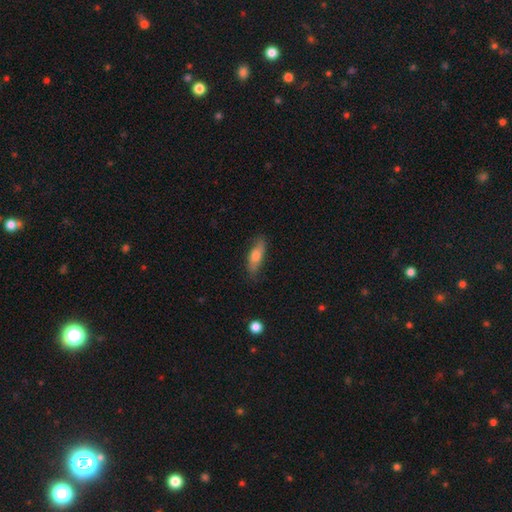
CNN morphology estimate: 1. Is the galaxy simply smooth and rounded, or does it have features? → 62% smooth, 31% featured or disk, 7% star or artifact.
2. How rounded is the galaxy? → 52% in between, 45% cigar-shaped, 3% round.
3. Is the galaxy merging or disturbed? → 78% none, 17% minor disturbance, 4% major disturbance, 1% merger.